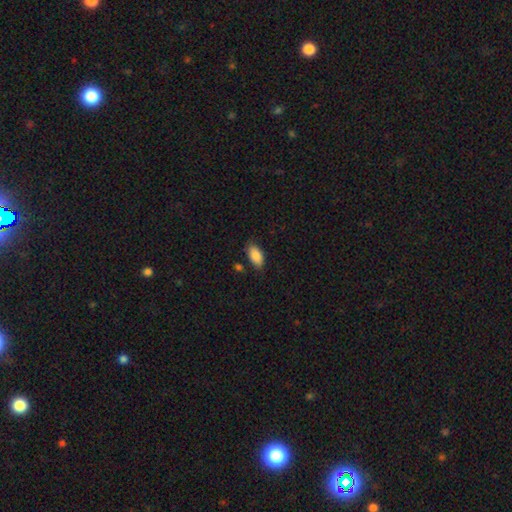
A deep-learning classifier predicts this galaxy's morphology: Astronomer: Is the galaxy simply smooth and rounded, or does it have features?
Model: smooth — 88%.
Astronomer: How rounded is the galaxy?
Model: in between — 93%.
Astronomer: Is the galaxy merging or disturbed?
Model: none — 78%.